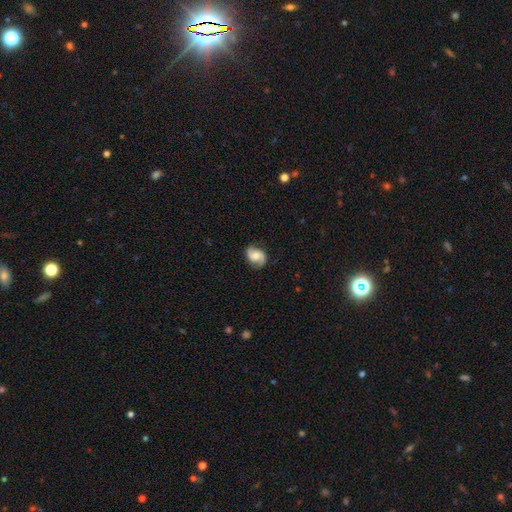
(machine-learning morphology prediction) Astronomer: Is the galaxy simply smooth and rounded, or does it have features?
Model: featured or disk — 70%.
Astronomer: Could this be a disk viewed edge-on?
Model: no — 98%.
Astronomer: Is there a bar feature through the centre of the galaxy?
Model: no — 56% (runner-up: weak, 36%).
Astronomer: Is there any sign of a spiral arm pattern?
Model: yes — 95%.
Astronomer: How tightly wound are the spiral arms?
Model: medium — 43% (runner-up: loose, 39%).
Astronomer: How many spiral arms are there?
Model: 2 — 91%.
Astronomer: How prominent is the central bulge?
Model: moderate — 51%.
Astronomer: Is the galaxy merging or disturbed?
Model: none — 80%.